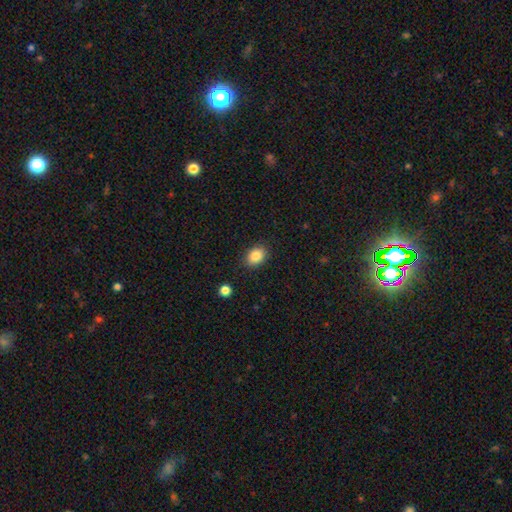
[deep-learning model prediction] The model was most divided on "how rounded": in between: 76%, round: 23%, cigar-shaped: 1%. More confident: merging — none (87%); smooth or featured — smooth (85%).